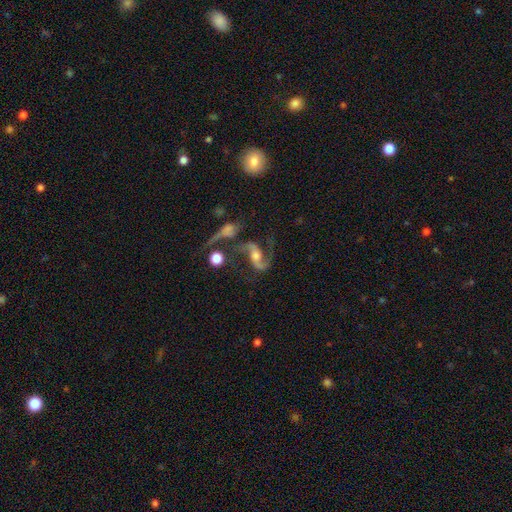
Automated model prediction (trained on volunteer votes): Smooth or featured?
  - featured or disk: 87% *
  - star or artifact: 7%
  - smooth: 6%
Edge-on disk?
  - no: 96% *
  - yes: 4%
Bar?
  - no: 37% * (tied)
  - weak: 37% * (tied)
  - strong: 26%
Spiral arms?
  - yes: 96% *
  - no: 4%
Spiral winding?
  - loose: 61% *
  - medium: 33%
  - tight: 6%
Spiral arm count?
  - 2: 92% *
  - 1: 3%
  - can't tell: 2%
  - 3: 1%
  - 4: 1%
  - more than 4: 1%
Bulge size?
  - moderate: 58% *
  - small: 23%
  - large: 12%
  - none: 5%
  - dominant: 2%
Merging?
  - none: 49% *
  - major disturbance: 18%
  - merger: 17%
  - minor disturbance: 16%